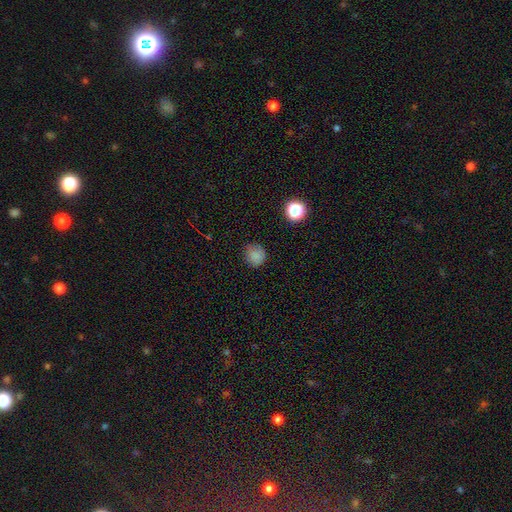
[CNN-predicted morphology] Smooth or featured: smooth — 81% (star or artifact — 14%)
How rounded: round — 88% (in between — 11%)
Merging: none — 80% (minor disturbance — 15%)